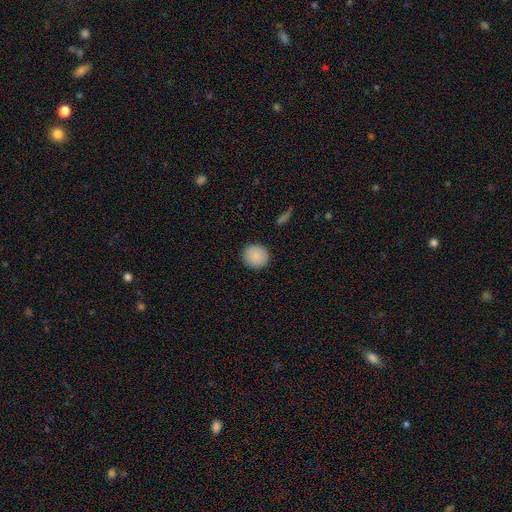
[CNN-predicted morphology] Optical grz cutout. It shows a smooth galaxy with no disk features (89%) that is round (92%). Merging: none (92%).